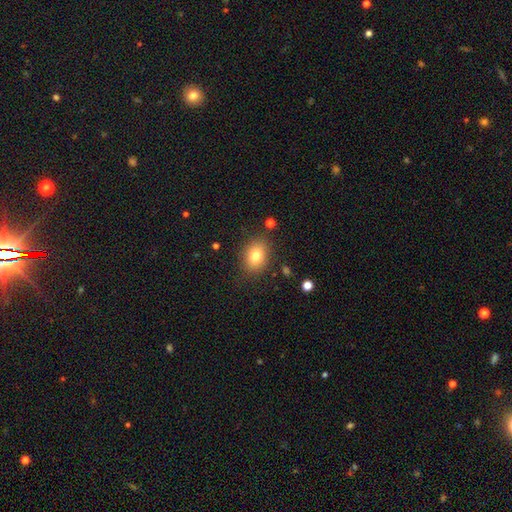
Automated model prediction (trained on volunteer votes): A smooth galaxy with no disk features (79%) that is in between round and cigar-shaped (63%). Merging: none (84%).